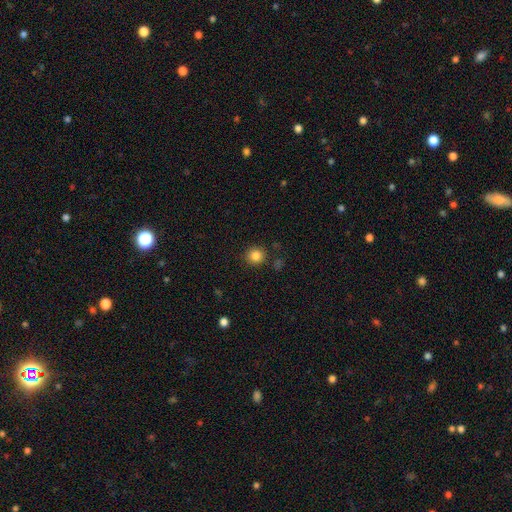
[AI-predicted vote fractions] This appears to be a smooth galaxy with no disk features (84%) that is round (92%). Merging: none (87%).